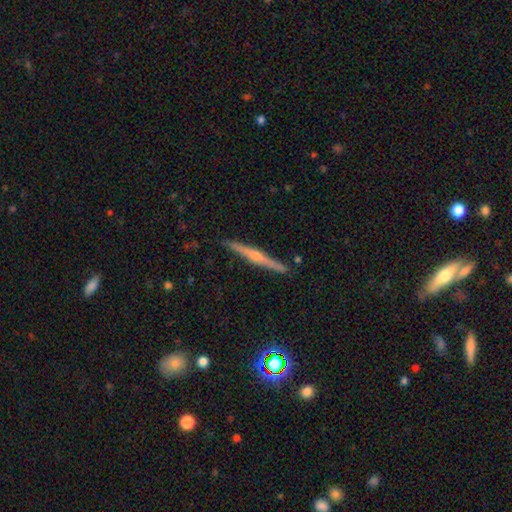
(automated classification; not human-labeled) A featured or disk galaxy (74%) viewed edge-on (98%) with a rounded central bulge (82%).

Vote fractions:
- Smooth or featured? featured or disk: 74% / smooth: 19% / star or artifact: 7%
- Edge-on disk? yes: 98% / no: 2%
- Edge-on bulge? rounded: 82% / none: 12% / boxy: 6%
- Merging? none: 91% / minor disturbance: 7% / major disturbance: 1% / merger: 1%